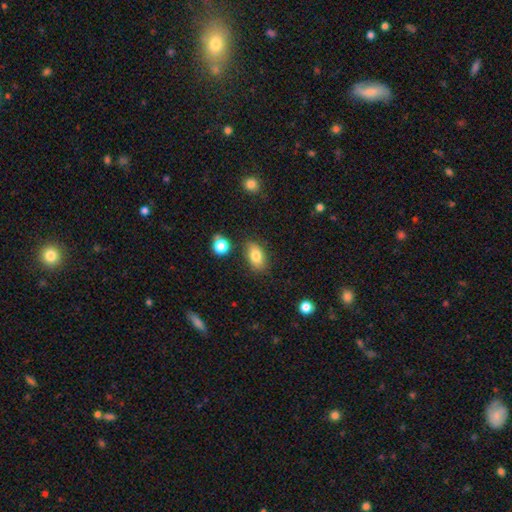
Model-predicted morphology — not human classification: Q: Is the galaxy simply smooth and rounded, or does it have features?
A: smooth — 80%.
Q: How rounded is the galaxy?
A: in between — 87%.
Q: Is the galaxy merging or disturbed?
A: none — 80%.